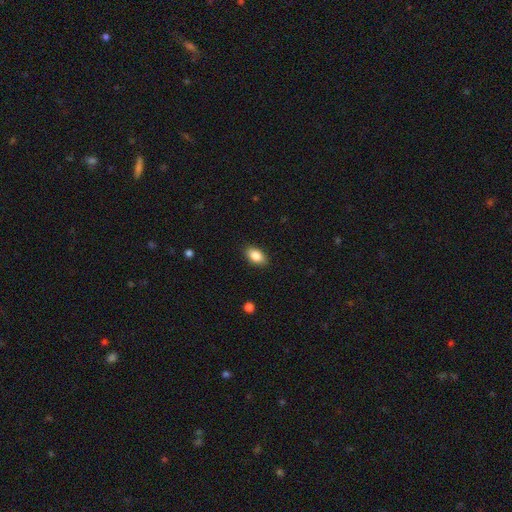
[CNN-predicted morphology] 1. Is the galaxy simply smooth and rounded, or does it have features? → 86% smooth, 7% star or artifact, 7% featured or disk.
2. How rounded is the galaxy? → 91% in between, 6% round, 3% cigar-shaped.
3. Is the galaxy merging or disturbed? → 88% none, 8% minor disturbance, 2% major disturbance, 1% merger.